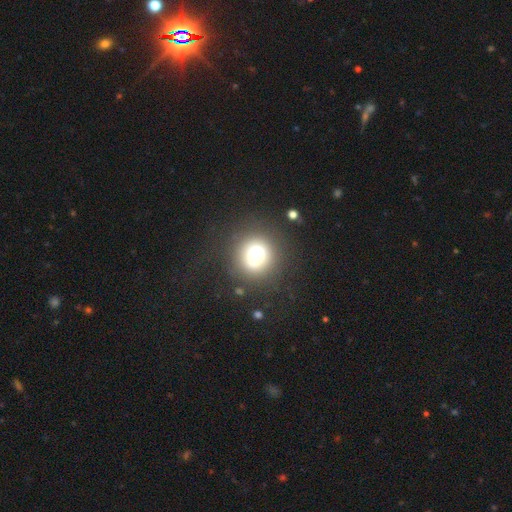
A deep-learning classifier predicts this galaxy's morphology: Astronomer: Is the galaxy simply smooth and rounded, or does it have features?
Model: smooth — 69%.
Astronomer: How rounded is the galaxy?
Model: round — 84%.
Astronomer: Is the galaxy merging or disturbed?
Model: none — 80%.